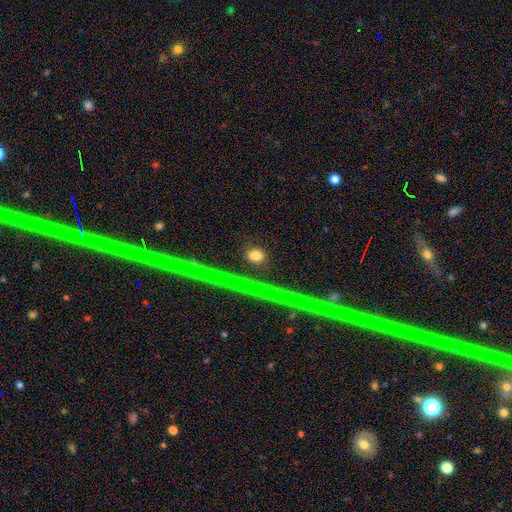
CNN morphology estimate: A smooth galaxy with no disk features (75%) that is round (73%).

Vote fractions:
- Smooth or featured? smooth: 75% / star or artifact: 17% / featured or disk: 8%
- How rounded? round: 73% / in between: 24% / cigar-shaped: 2%
- Merging? none: 88% / minor disturbance: 7% / major disturbance: 3% / merger: 2%